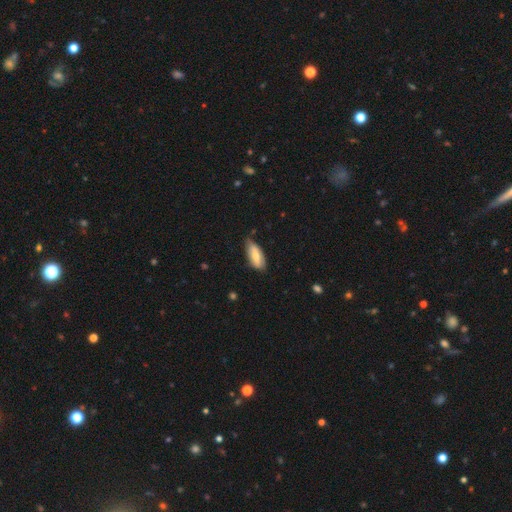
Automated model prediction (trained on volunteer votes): smooth 73%, featured or disk 21%, star or artifact 6%. Down the decision tree: how rounded — in between (80%); merging — none (66%).